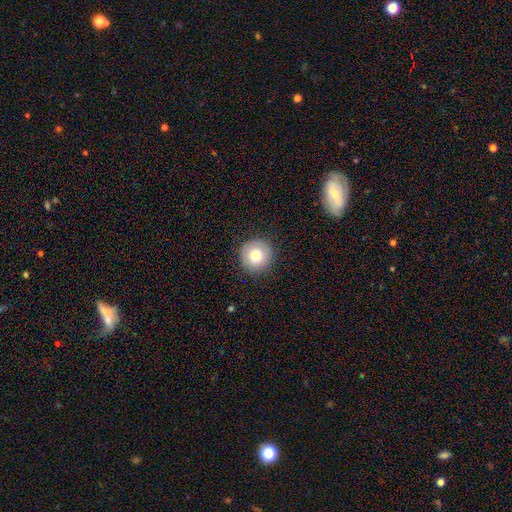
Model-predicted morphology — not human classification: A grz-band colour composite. It shows a smooth galaxy with no disk features (78%) that is round (96%). Merging: none (89%).